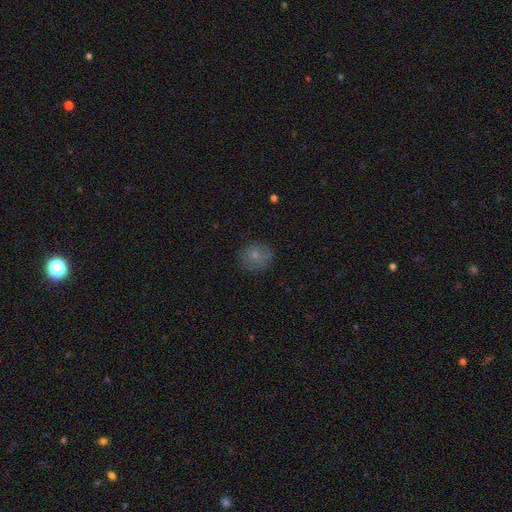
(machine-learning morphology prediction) The model was most divided on "merging": none: 75%, minor disturbance: 18%, major disturbance: 6%, merger: 2%. More confident: how rounded — round (82%); smooth or featured — smooth (73%).